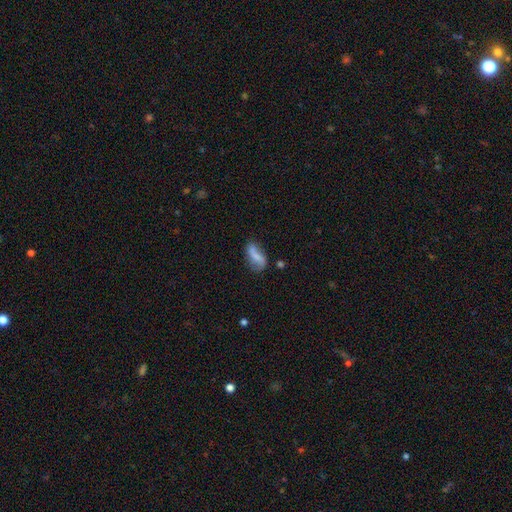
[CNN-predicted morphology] type=smooth (53%); roundness=in between (77%); merging=none (50%).